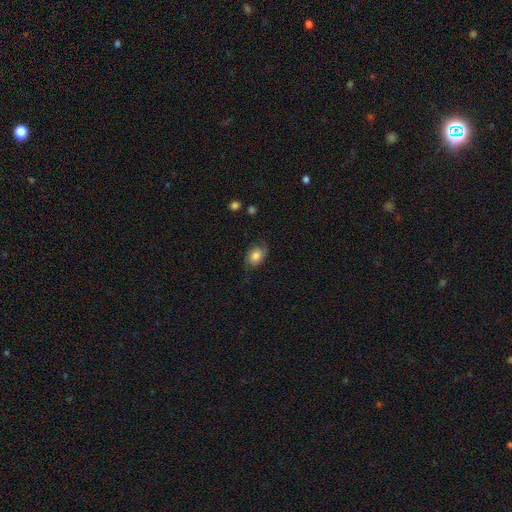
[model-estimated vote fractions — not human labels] Smooth or featured?
  - featured or disk: 49% *
  - smooth: 42%
  - star or artifact: 9%
Merging?
  - none: 68% *
  - minor disturbance: 21%
  - major disturbance: 10%
  - merger: 1%